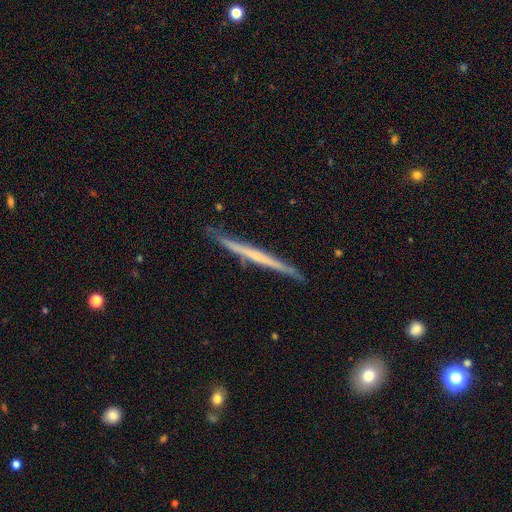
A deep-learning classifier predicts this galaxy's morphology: featured or disk 63%, smooth 31%, star or artifact 6%. Down the decision tree: edge-on disk — yes (97%); edge-on bulge — none (80%); merging — none (88%).